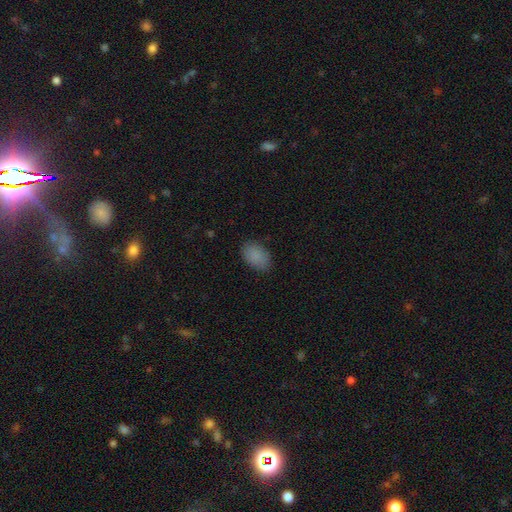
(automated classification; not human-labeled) Smooth or featured? Predicted: smooth (p=0.87). How rounded? Predicted: in between (p=0.88). Merging? Predicted: none (p=0.82).